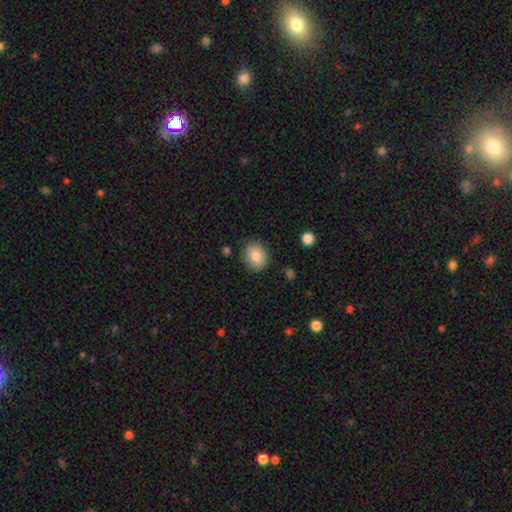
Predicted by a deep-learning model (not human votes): smooth_or_featured: smooth (p=0.82) [alt: featured or disk p=0.09]
how_rounded: round (p=0.71) [alt: in between p=0.28]
merging: none (p=0.85) [alt: minor disturbance p=0.11]